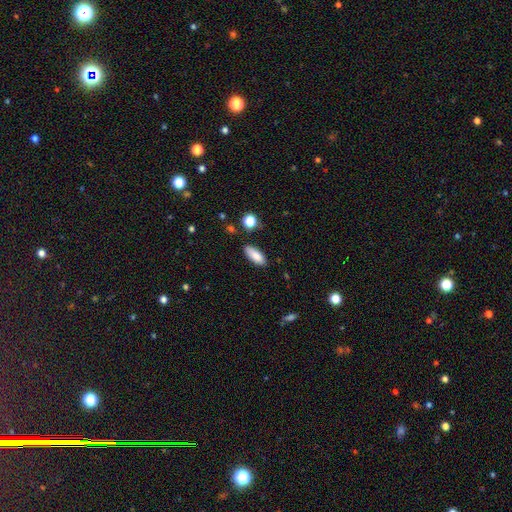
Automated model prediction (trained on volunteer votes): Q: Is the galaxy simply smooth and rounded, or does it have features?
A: smooth — 85%.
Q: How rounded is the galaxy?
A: in between — 80%.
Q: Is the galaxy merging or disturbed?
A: none — 83%.